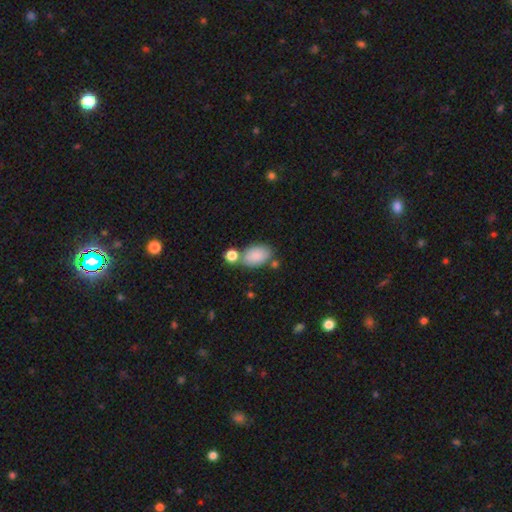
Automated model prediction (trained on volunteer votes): smooth-or-featured: smooth: 86% | star or artifact: 7% | featured or disk: 7%
  how-rounded: in between: 91% | round: 8% | cigar-shaped: 2%
  merging: none: 60% | merger: 20% | minor disturbance: 15% | major disturbance: 5%